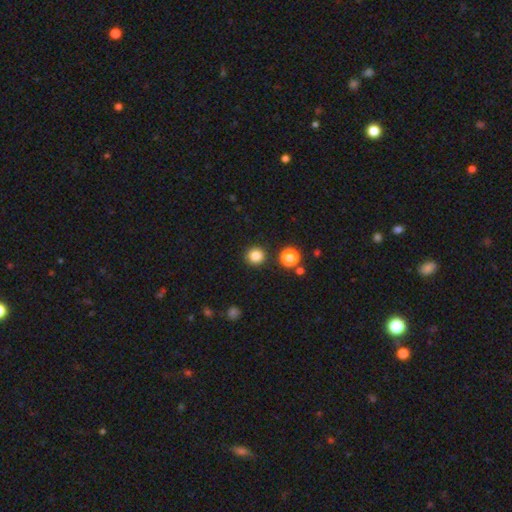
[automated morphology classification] A smooth galaxy with no disk features (84%) that is round (93%). Merging: none (90%).